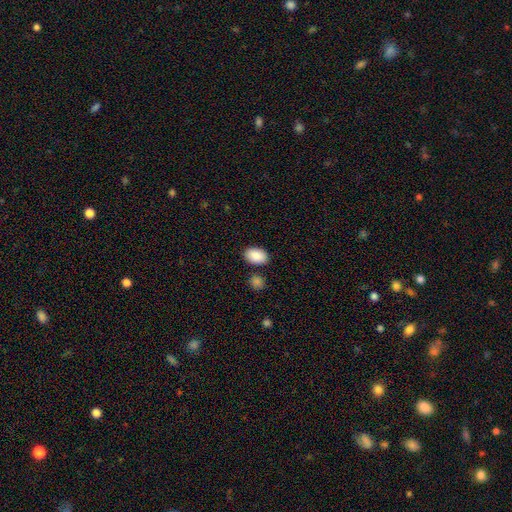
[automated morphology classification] Overall: smooth (89%). How rounded: in between (89%). Merging: none (83%).